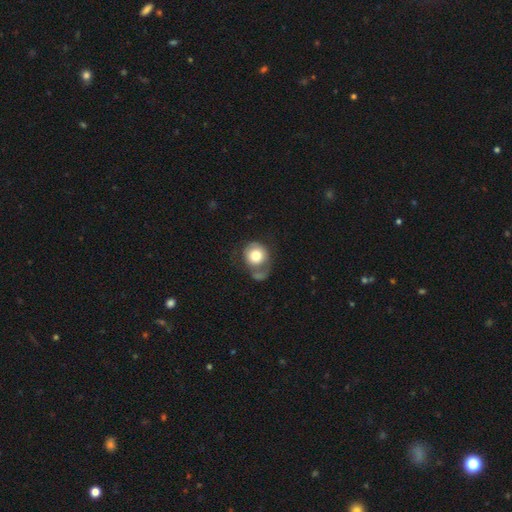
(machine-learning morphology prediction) This is likely a smooth galaxy (71%). How rounded: clearly round (82%). Merging: marginally none (37%).